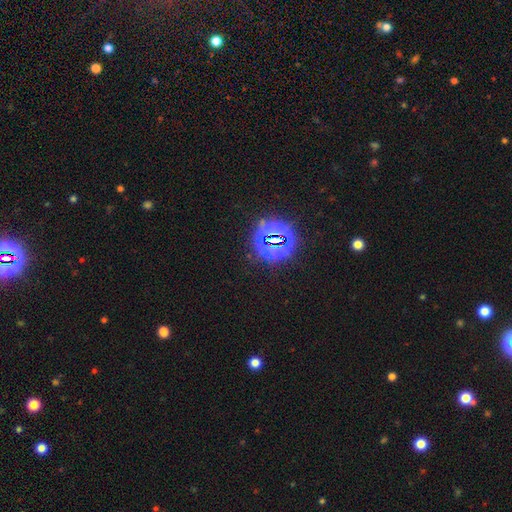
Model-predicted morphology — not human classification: type=star or artifact (79%).